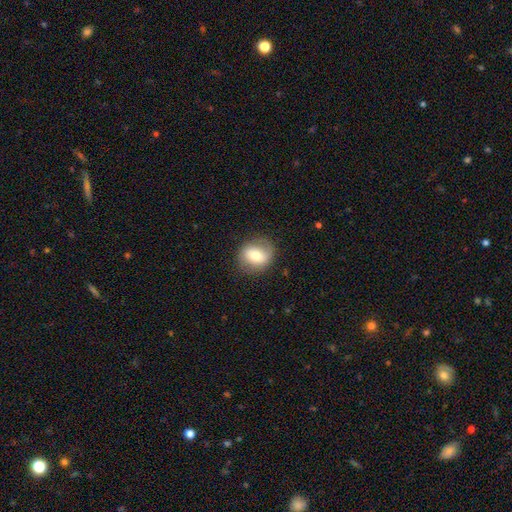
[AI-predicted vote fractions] This is possibly a smooth galaxy (57%). How rounded: likely round (73%). Merging: clearly none (82%).